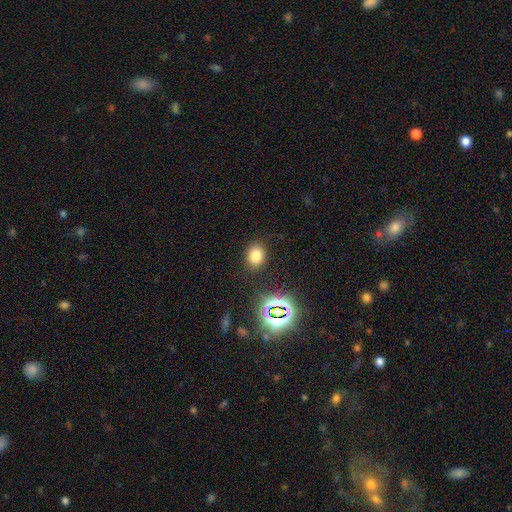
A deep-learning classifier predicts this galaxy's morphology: The model was most divided on "how rounded": in between: 53%, round: 46%, cigar-shaped: 1%. More confident: merging — none (86%); smooth or featured — smooth (75%).